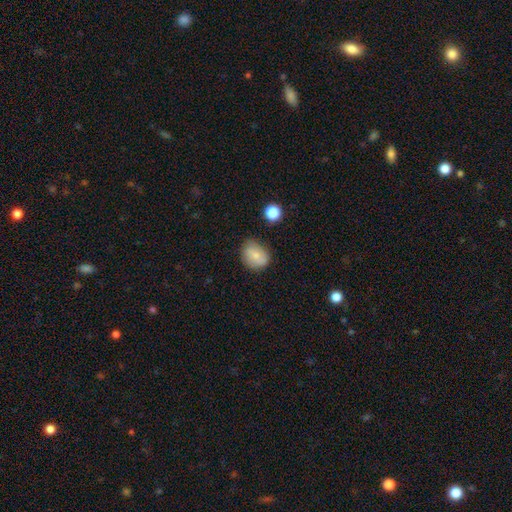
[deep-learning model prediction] Morphology: type=smooth (76%); roundness=round (56%); merging=none (70%).